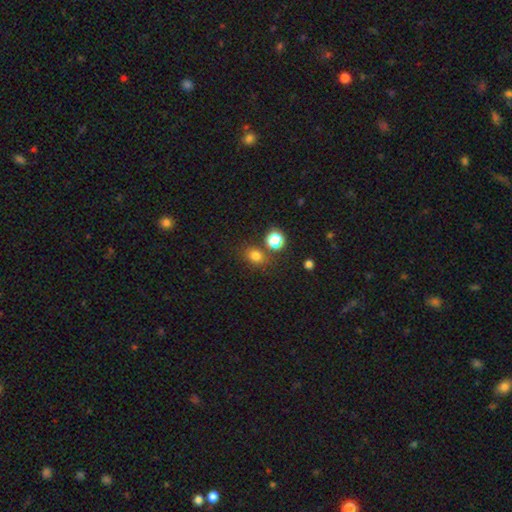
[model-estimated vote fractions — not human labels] Smooth or featured? Predicted: smooth (p=0.77). How rounded? Predicted: round (p=0.59). Merging? Predicted: none (p=0.72).